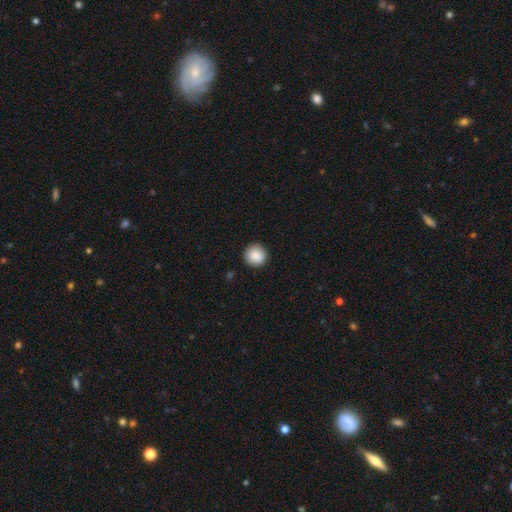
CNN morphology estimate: This appears to be a smooth galaxy with no disk features (89%) that is round (94%). Merging: none (91%).